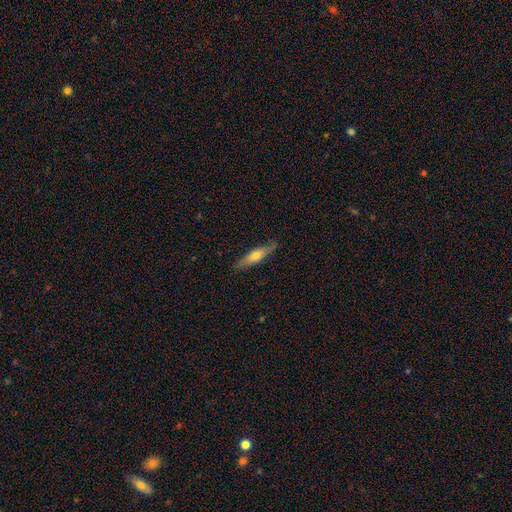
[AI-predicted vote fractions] Smooth or featured?
  - smooth: 52% *
  - featured or disk: 42%
  - star or artifact: 6%
How rounded?
  - cigar-shaped: 71% *
  - in between: 27%
  - round: 2%
Merging?
  - none: 81% *
  - minor disturbance: 15%
  - major disturbance: 3%
  - merger: 1%